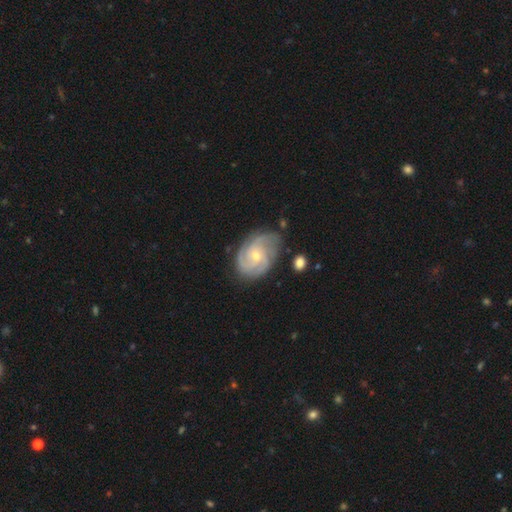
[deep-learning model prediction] featured or disk 88%, smooth 7%, star or artifact 5%. Down the decision tree: edge-on disk — no (98%); bar — no (66%); spiral arms — yes (98%); spiral arm count — 3 (44%); spiral winding — tight (60%); bulge size — small (56%); merging — none (70%).